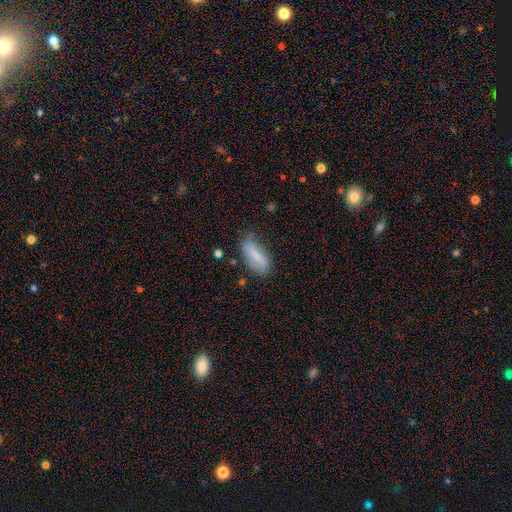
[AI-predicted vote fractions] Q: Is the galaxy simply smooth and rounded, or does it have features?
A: smooth — 72%.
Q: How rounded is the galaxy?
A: in between — 74%.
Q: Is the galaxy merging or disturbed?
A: none — 64%.